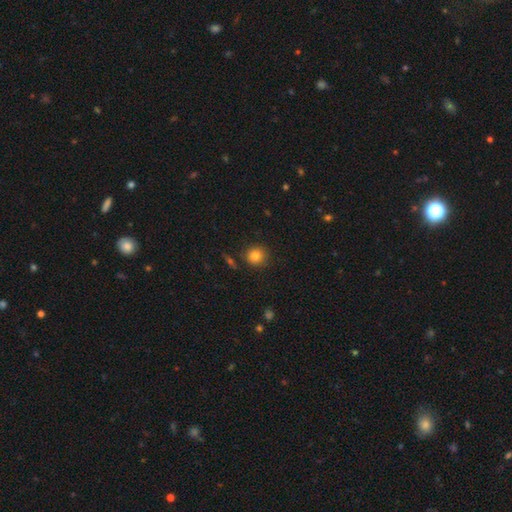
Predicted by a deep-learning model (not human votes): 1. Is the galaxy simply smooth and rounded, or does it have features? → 83% smooth, 11% star or artifact, 7% featured or disk.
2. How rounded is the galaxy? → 91% round, 8% in between, 1% cigar-shaped.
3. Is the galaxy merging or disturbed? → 86% none, 8% minor disturbance, 3% merger, 2% major disturbance.